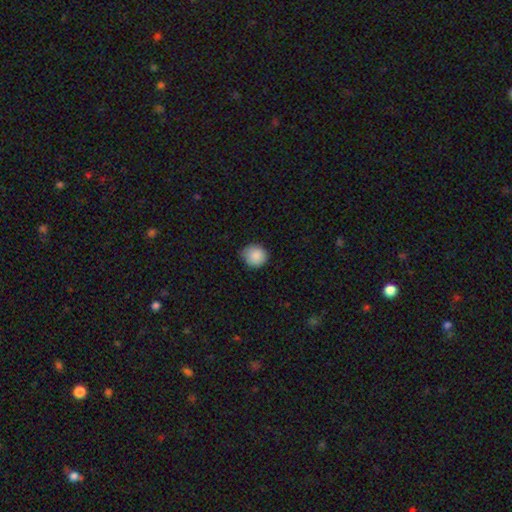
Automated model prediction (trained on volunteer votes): smooth 88%, star or artifact 8%, featured or disk 4%. Down the decision tree: how rounded — round (89%); merging — none (79%).